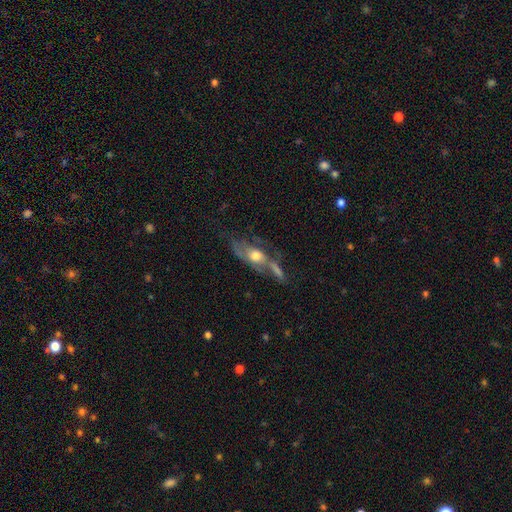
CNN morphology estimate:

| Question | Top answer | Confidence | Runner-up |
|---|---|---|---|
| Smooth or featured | featured or disk | 56% | smooth (36%) |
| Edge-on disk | no | 69% | yes (31%) |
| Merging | none | 34% | merger (23%) |